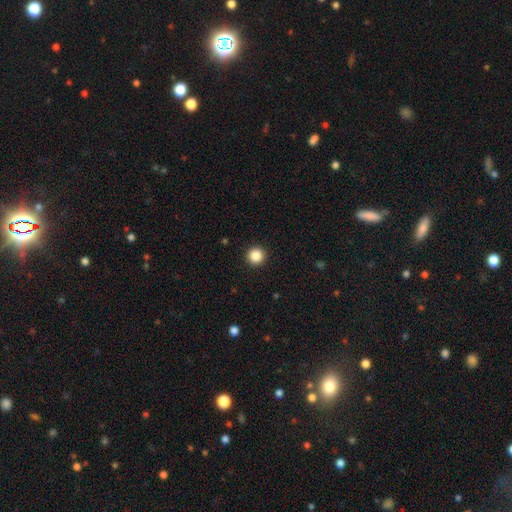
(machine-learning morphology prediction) smooth 86%, star or artifact 10%, featured or disk 3%. Down the decision tree: how rounded — round (96%); merging — none (93%).